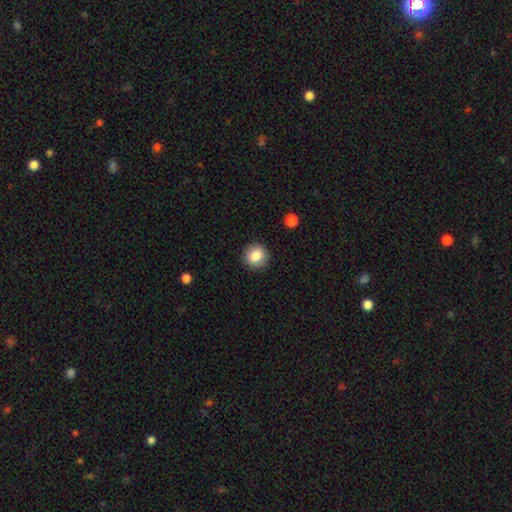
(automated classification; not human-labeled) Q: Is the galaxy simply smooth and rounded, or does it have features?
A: smooth — 84%.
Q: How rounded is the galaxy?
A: round — 91%.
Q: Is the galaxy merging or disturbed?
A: none — 91%.